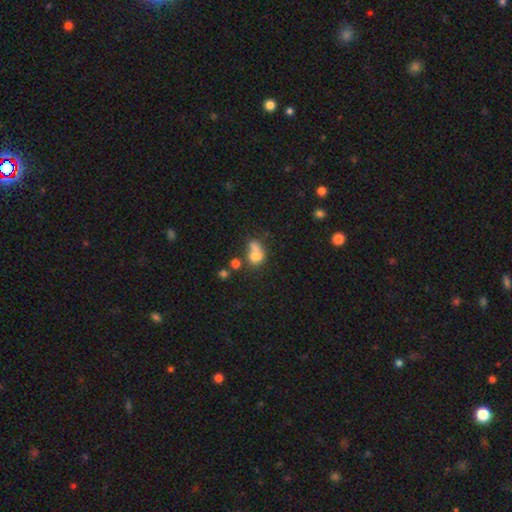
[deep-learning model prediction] The model was most divided on "how rounded": in between: 57%, round: 41%, cigar-shaped: 2%. More confident: smooth or featured — smooth (67%); merging — merger (55%).